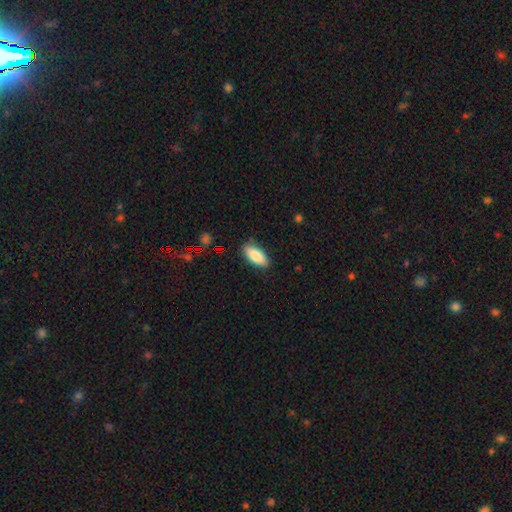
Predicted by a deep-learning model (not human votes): A smooth galaxy with no disk features (85%) that is in between round and cigar-shaped (84%). Merging: none (85%).